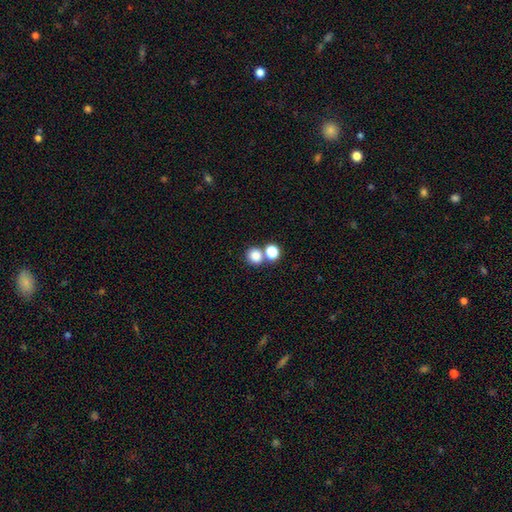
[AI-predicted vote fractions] smooth-or-featured: smooth: 81% | star or artifact: 13% | featured or disk: 6%
  how-rounded: round: 85% | in between: 14% | cigar-shaped: 1%
  merging: none: 57% | merger: 33% | minor disturbance: 6% | major disturbance: 3%